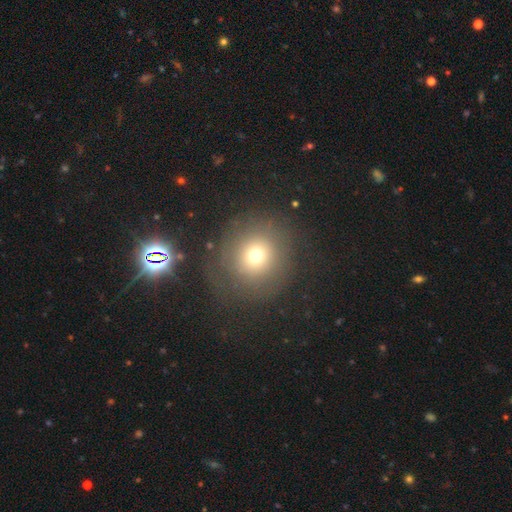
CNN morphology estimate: smooth 69%, star or artifact 17%, featured or disk 14%. Down the decision tree: how rounded — round (91%); merging — none (77%).